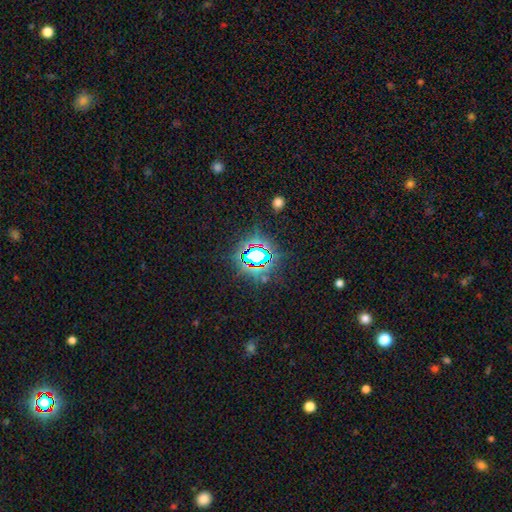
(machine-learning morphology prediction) This is likely a star or artifact rather than a galaxy (73%).